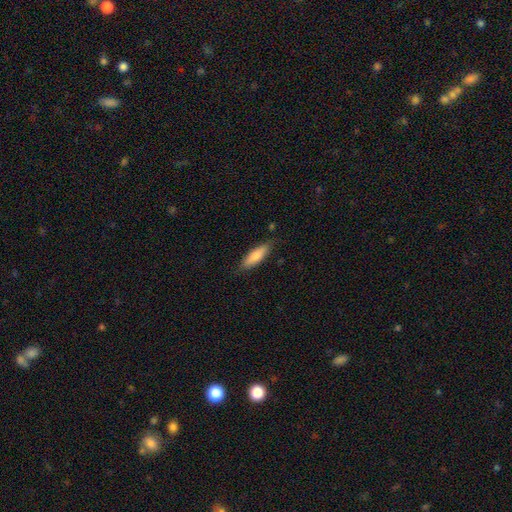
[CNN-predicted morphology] A smooth galaxy with no disk features (81%) that is in between round and cigar-shaped (49%, tied with cigar-shaped). Merging: none (81%).